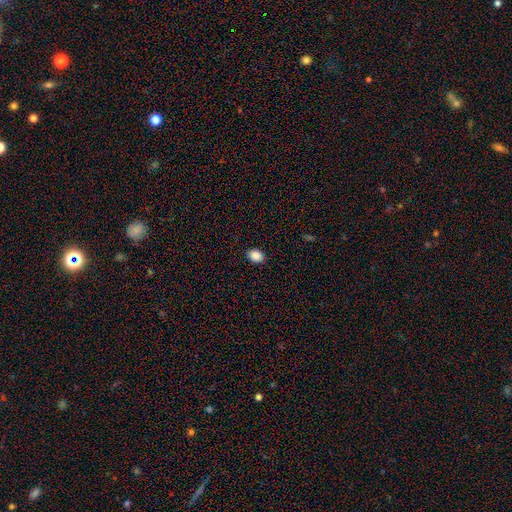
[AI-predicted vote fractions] This is clearly a smooth galaxy (88%). How rounded: likely in between (66%). Merging: clearly none (89%).